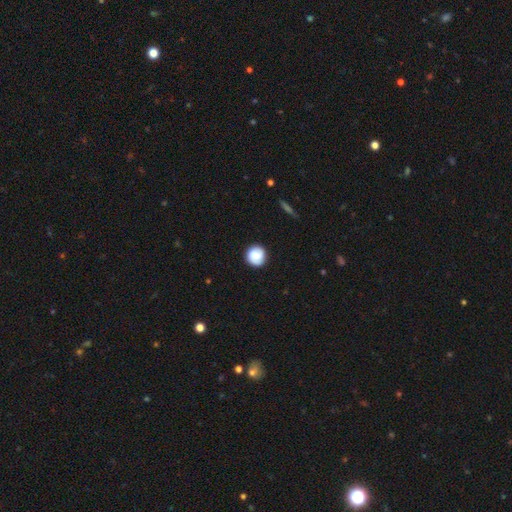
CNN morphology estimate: This is likely a smooth galaxy (66%). How rounded: clearly round (92%). Merging: clearly none (86%).